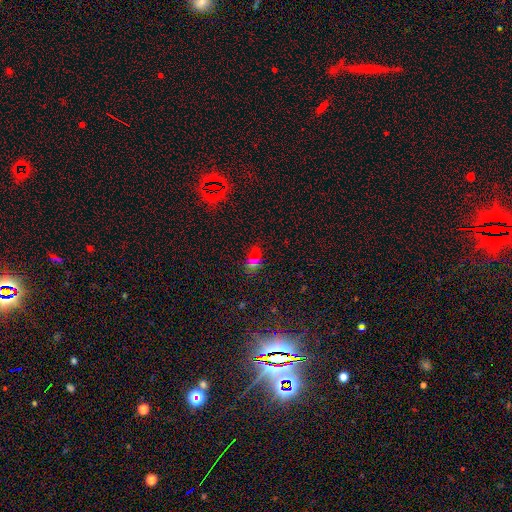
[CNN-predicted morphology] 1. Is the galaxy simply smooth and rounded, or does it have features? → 47% star or artifact, 43% smooth, 10% featured or disk.